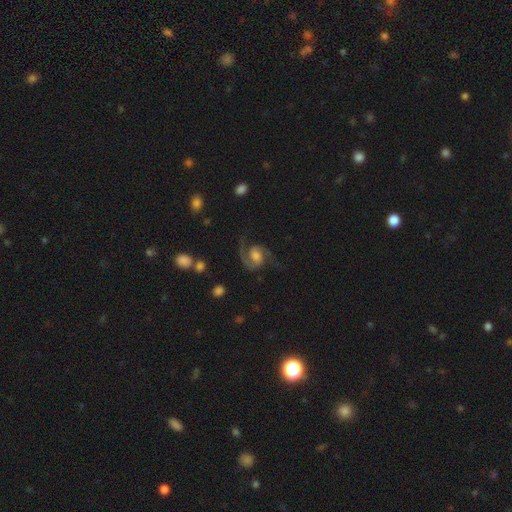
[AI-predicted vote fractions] Q: Smooth or featured?
A: featured or disk (89%); runner-up: smooth (6%)
Q: Edge-on disk?
A: no (98%); runner-up: yes (2%)
Q: Bar?
A: no (52%); runner-up: weak (38%)
Q: Spiral arms?
A: yes (98%); runner-up: no (2%)
Q: Spiral winding?
A: medium (59%); runner-up: loose (25%)
Q: Spiral arm count?
A: 2 (92%); runner-up: 1 (2%)
Q: Bulge size?
A: moderate (47%); runner-up: large (28%)
Q: Merging?
A: none (73%); runner-up: minor disturbance (15%)